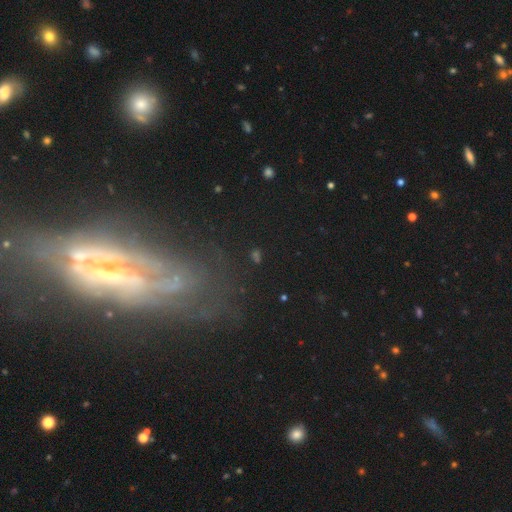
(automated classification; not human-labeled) A featured or disk galaxy (38%).

Vote fractions:
- Smooth or featured? featured or disk: 38% / star or artifact: 34% / smooth: 28%
- Merging? none: 65% / minor disturbance: 15% / major disturbance: 13% / merger: 7%